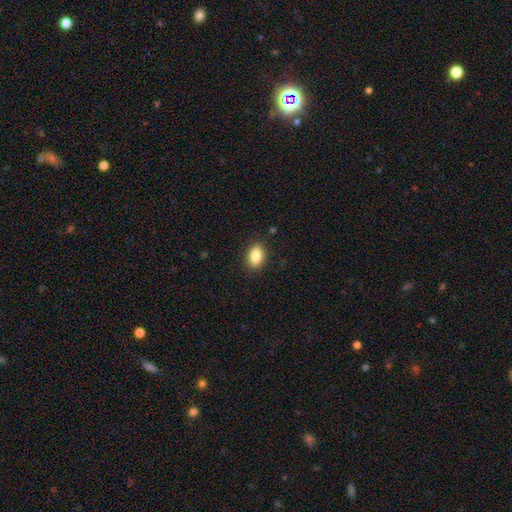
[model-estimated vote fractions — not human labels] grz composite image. It shows a smooth galaxy with no disk features (87%) that is in between round and cigar-shaped (87%). Merging: none (88%).